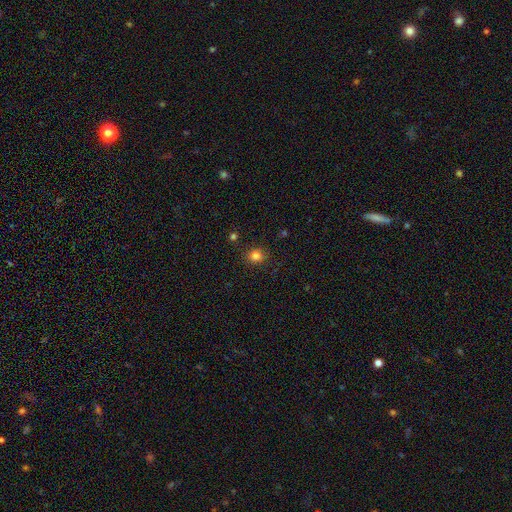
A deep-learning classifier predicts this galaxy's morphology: Smooth or featured? smooth (82%)
How rounded? round (81%)
Merging? none (87%)